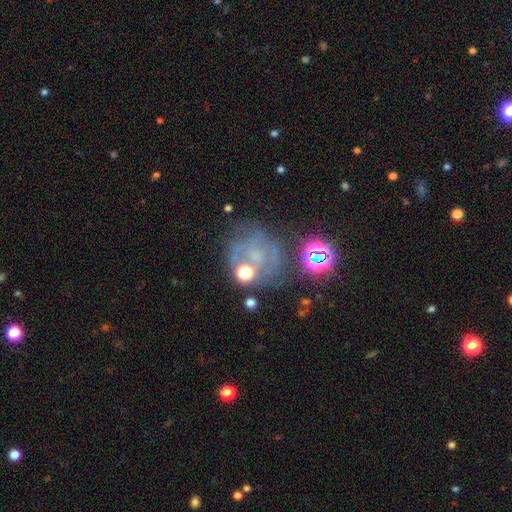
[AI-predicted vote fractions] smooth_or_featured: featured or disk (p=0.48) [alt: star or artifact p=0.30]
merging: none (p=0.56) [alt: minor disturbance p=0.17]